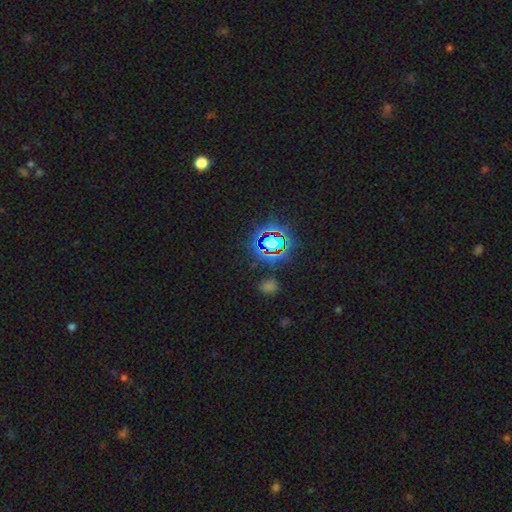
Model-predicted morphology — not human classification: type=star or artifact (68%).